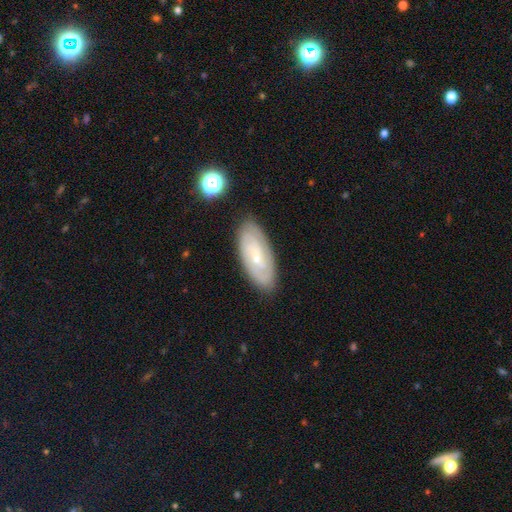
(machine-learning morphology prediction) This appears to be a featured or disk galaxy (70%) with no bar (50%), 2 (41%) tight (63%) spiral arms (87%) and a small central bulge (75%). Merging: none (83%).